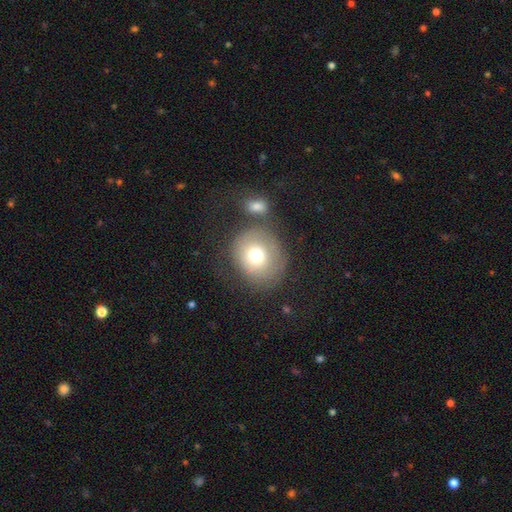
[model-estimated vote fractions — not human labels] This is likely a smooth galaxy (69%). How rounded: clearly round (83%). Merging: possibly none (54%).